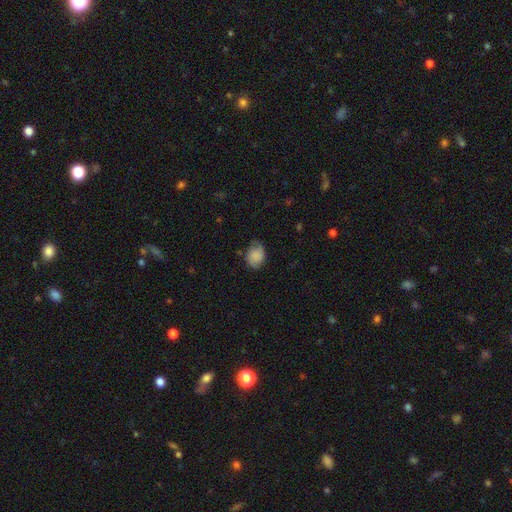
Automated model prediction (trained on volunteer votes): Morphology: type=smooth (74%); roundness=in between (63%); merging=none (64%).